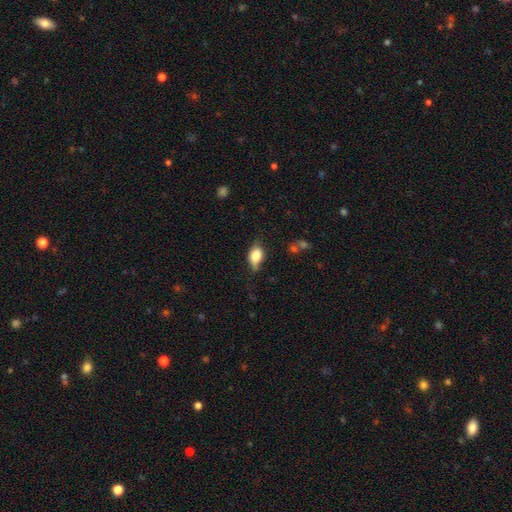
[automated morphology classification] Q: Smooth or featured?
A: smooth (73%); runner-up: featured or disk (19%)
Q: How rounded?
A: in between (80%); runner-up: round (16%)
Q: Merging?
A: none (54%); runner-up: minor disturbance (33%)